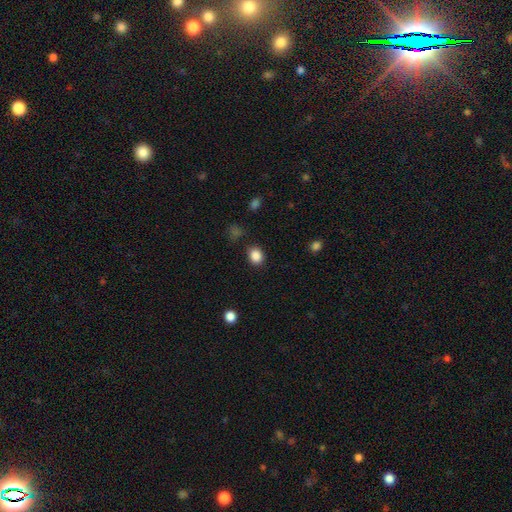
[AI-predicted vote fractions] A smooth galaxy with no disk features (87%) that is round (53%). Merging: none (84%).